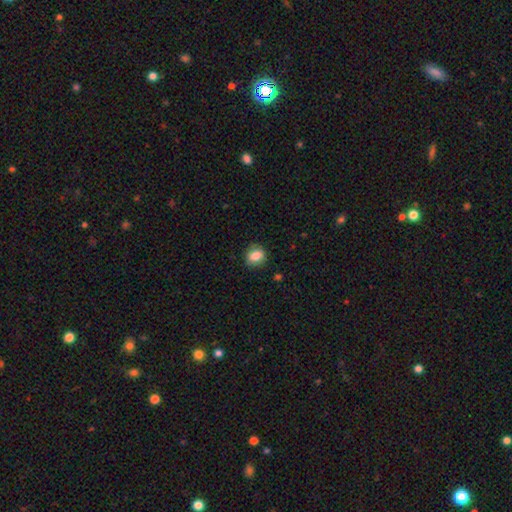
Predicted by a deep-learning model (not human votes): This appears to be a smooth galaxy with no disk features (81%) that is round (55%). Merging: none (81%).